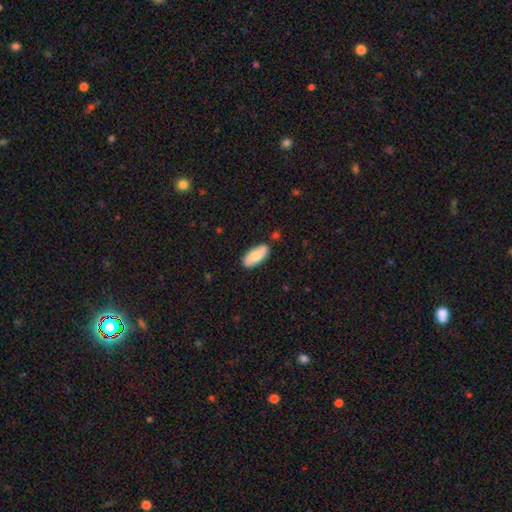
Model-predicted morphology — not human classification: This appears to be a smooth galaxy with no disk features (65%) that is in between round and cigar-shaped (90%). Merging: none (80%).